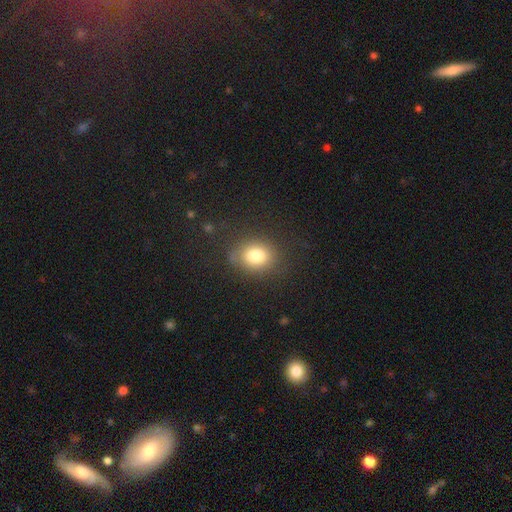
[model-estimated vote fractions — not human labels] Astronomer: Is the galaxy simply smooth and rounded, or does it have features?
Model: smooth — 79%.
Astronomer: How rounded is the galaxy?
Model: round — 50% (runner-up: in between, 49%).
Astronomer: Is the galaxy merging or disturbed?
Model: none — 76%.